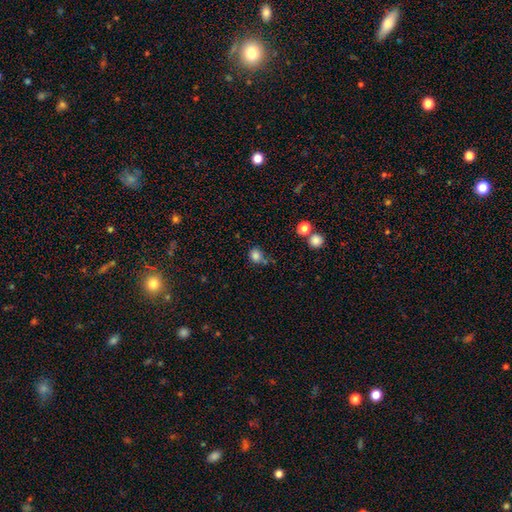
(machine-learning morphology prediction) A smooth galaxy with no disk features (81%) that is round (78%). Merging: none (65%).